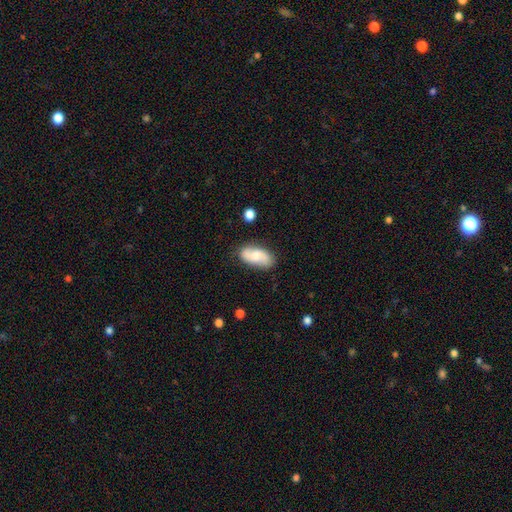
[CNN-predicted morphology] Smooth or featured? Predicted: smooth (p=0.52). How rounded? Predicted: in between (p=0.90). Merging? Predicted: none (p=0.77).